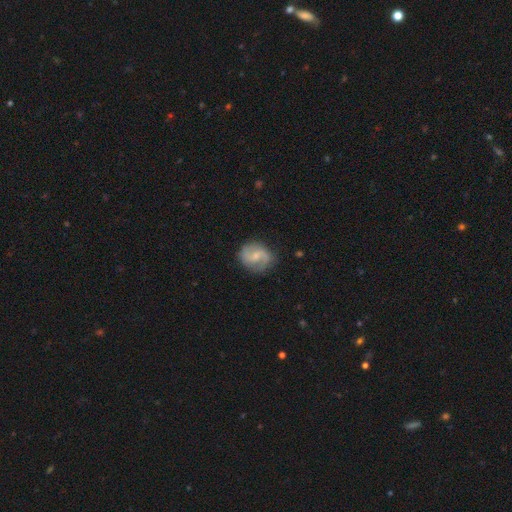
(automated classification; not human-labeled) A featured or disk galaxy (78%) with a weak bar (54%), 2 (90%) medium (51%) spiral arms (95%) and a small central bulge (50%). Merging: none (80%).